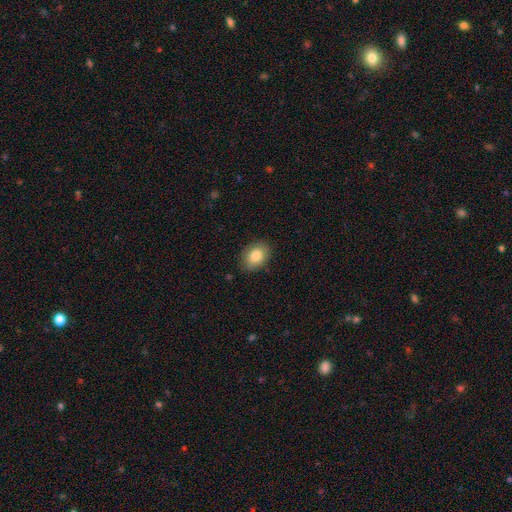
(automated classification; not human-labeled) A smooth galaxy with no disk features (85%) that is in between round and cigar-shaped (74%). Merging: none (85%).